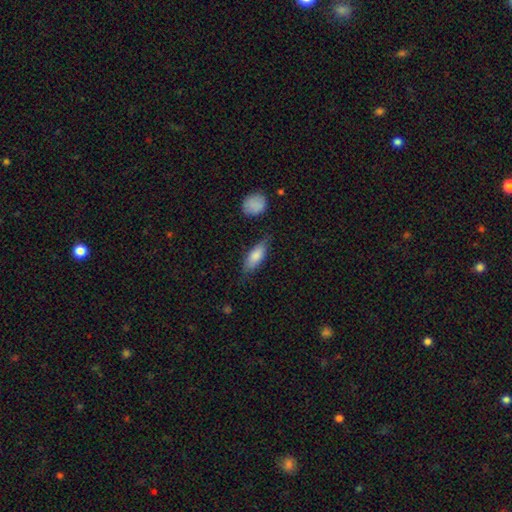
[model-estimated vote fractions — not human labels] Overall: smooth (80%). How rounded: in between (68%; cigar-shaped 29%). Merging: none (71%).